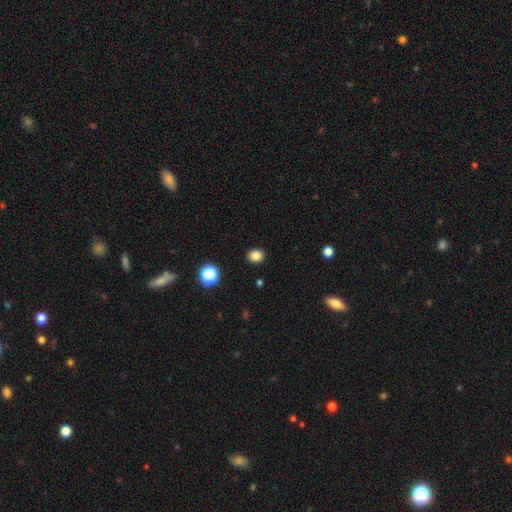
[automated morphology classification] This is clearly a smooth galaxy (84%). How rounded: likely round (69%). Merging: clearly none (91%).